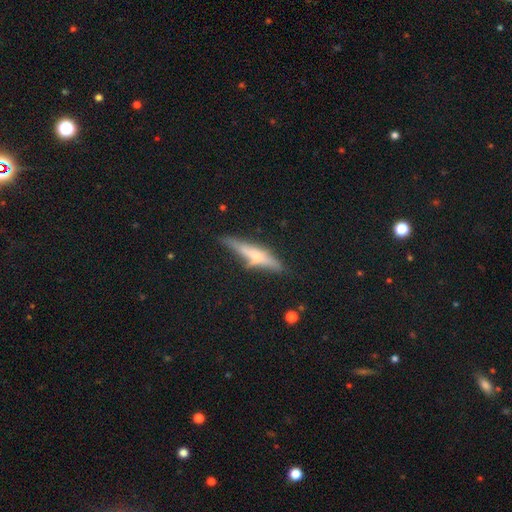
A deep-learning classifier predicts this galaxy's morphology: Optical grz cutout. It shows a featured or disk galaxy (50%). Merging: none (63%).